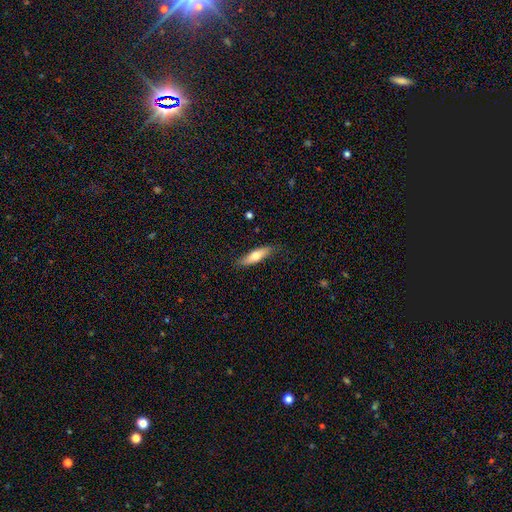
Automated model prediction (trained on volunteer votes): smooth 64%, featured or disk 30%, star or artifact 6%. Down the decision tree: how rounded — cigar-shaped (61%); merging — none (82%).